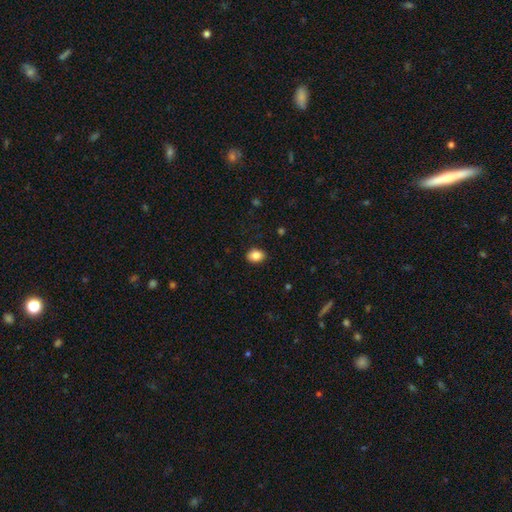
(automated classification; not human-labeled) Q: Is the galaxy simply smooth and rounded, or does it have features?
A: smooth — 86%.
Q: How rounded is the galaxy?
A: in between — 67%.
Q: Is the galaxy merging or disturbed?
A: none — 87%.